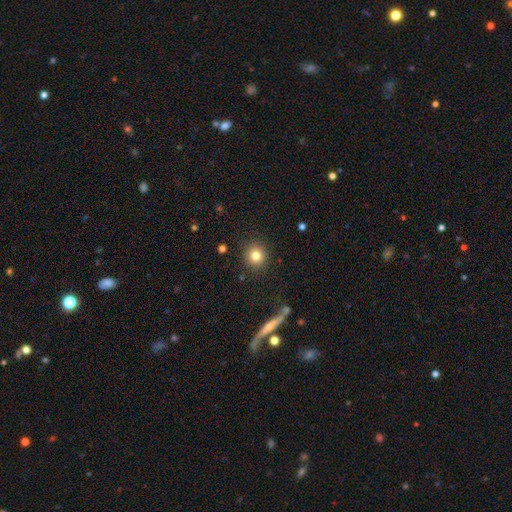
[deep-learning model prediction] A smooth galaxy with no disk features (82%) that is round (90%). Merging: none (89%).